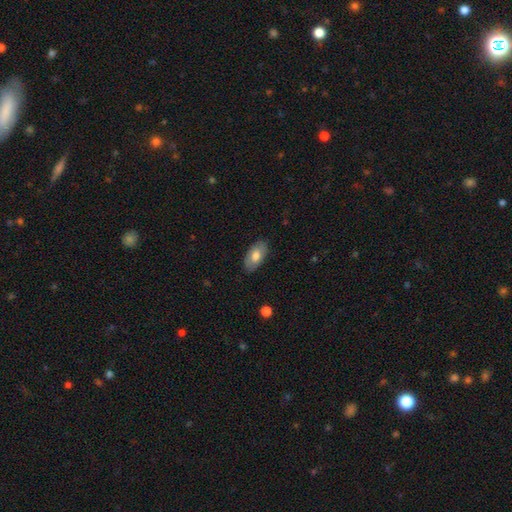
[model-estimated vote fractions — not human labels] Smooth or featured: smooth — 72% (featured or disk — 22%)
How rounded: in between — 94% (round — 3%)
Merging: none — 84% (minor disturbance — 13%)